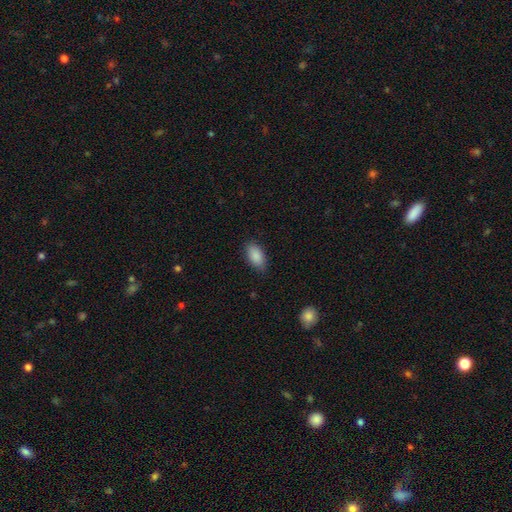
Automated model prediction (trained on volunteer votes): This is clearly a smooth galaxy (89%). How rounded: clearly in between (92%). Merging: clearly none (83%).